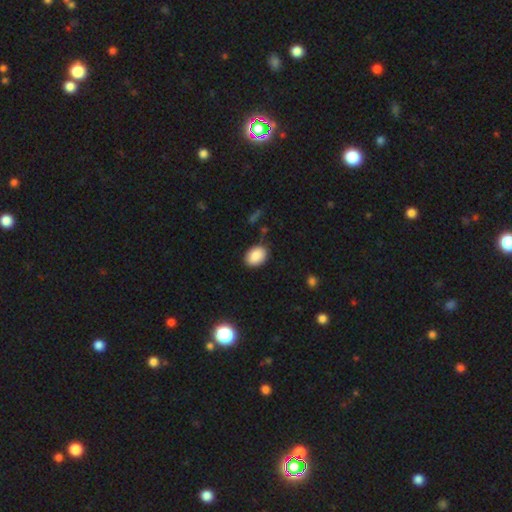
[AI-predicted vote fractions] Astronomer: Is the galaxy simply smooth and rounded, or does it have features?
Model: smooth — 88%.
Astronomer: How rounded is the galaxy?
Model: in between — 77%.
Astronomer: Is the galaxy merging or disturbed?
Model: none — 85%.